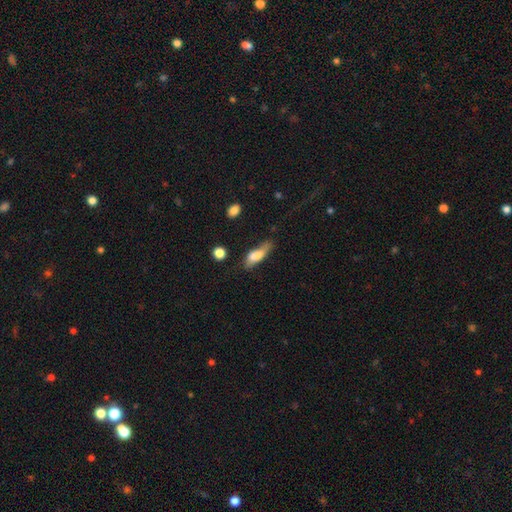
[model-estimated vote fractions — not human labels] Smooth or featured: smooth — 70% (featured or disk — 22%)
How rounded: in between — 51% (cigar-shaped — 45%)
Merging: none — 44% (minor disturbance — 34%)